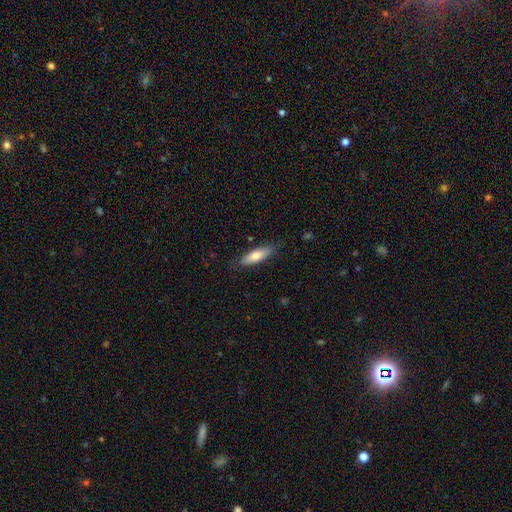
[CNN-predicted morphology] Smooth or featured: smooth — 72% (featured or disk — 22%)
How rounded: in between — 52% (cigar-shaped — 47%)
Merging: none — 83% (minor disturbance — 13%)